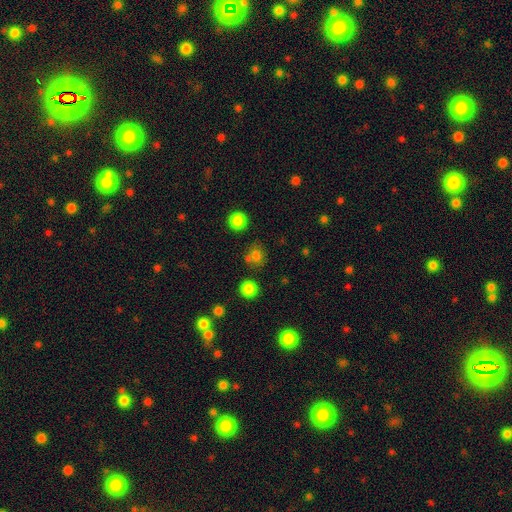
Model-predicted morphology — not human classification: A smooth galaxy with no disk features (76%) that is round (76%). Merging: none (72%).